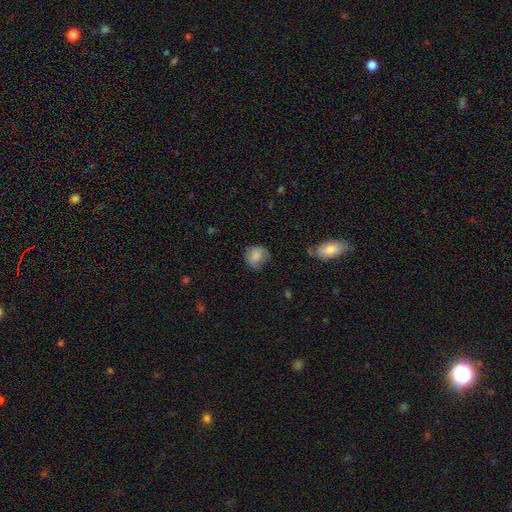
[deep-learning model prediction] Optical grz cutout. It shows a smooth galaxy with no disk features (80%) that is round (76%). Merging: none (61%).